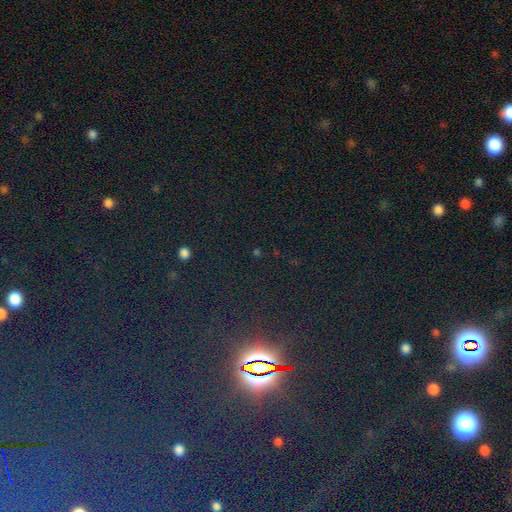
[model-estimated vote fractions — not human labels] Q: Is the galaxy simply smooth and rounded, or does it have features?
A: star or artifact — 83%.